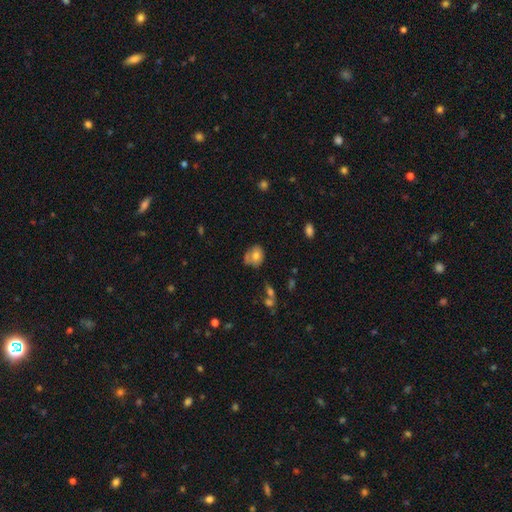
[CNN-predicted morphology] type=smooth (71%); roundness=in between (50%); merging=none (51%).